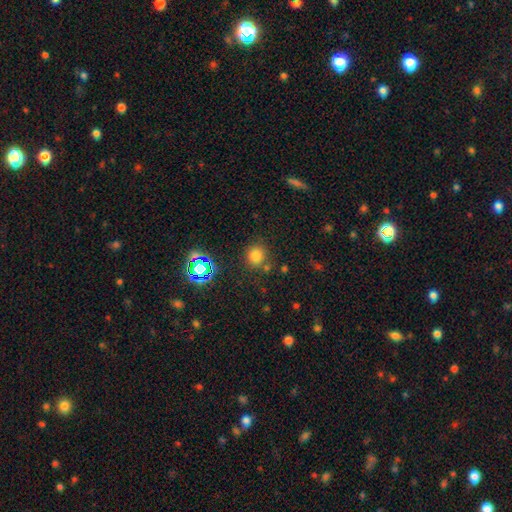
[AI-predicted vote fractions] smooth-or-featured: smooth: 74% | star or artifact: 20% | featured or disk: 6%
  how-rounded: round: 85% | in between: 14% | cigar-shaped: 1%
  merging: none: 78% | minor disturbance: 11% | merger: 7% | major disturbance: 4%